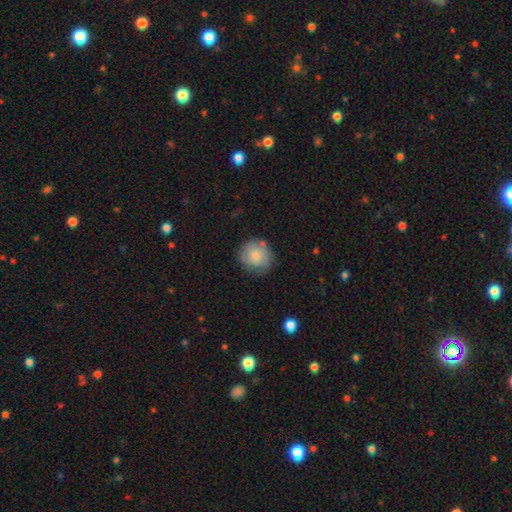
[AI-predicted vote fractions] A smooth galaxy with no disk features (76%) that is round (89%).

Vote fractions:
- Smooth or featured? smooth: 76% / featured or disk: 17% / star or artifact: 7%
- How rounded? round: 89% / in between: 10% / cigar-shaped: 1%
- Merging? none: 73% / minor disturbance: 19% / major disturbance: 5% / merger: 3%